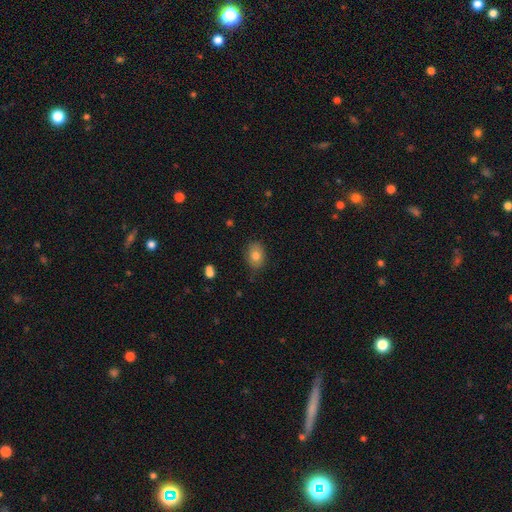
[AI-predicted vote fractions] Smooth or featured? Predicted: smooth (p=0.80). How rounded? Predicted: in between (p=0.67). Merging? Predicted: none (p=0.79).